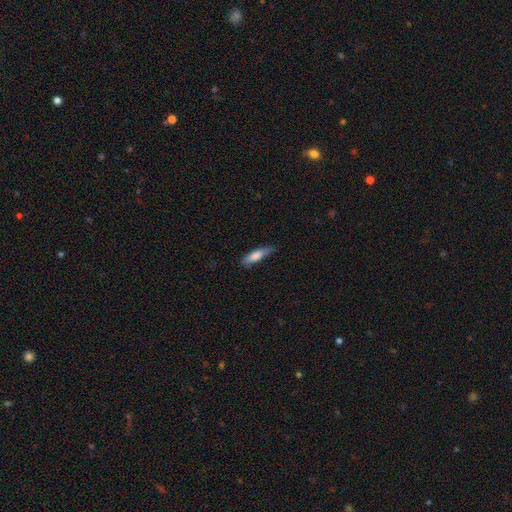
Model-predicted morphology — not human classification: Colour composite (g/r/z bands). It shows a smooth galaxy with no disk features (75%) that is cigar-shaped (68%). Merging: none (75%).